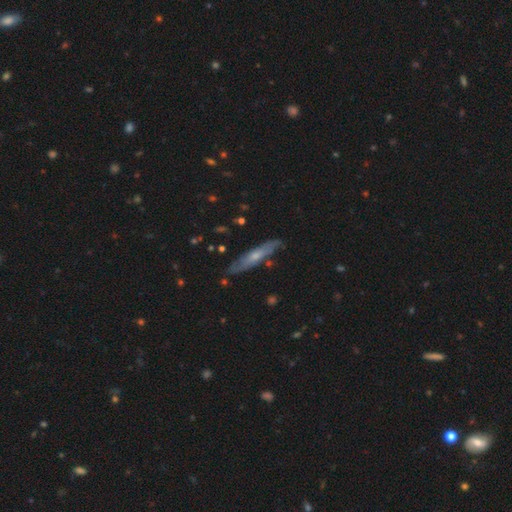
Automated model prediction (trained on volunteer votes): A featured or disk galaxy (55%) viewed edge-on (64%).

Vote fractions:
- Smooth or featured? featured or disk: 55% / smooth: 39% / star or artifact: 6%
- Edge-on disk? yes: 64% / no: 36%
- Merging? none: 79% / minor disturbance: 16% / major disturbance: 3% / merger: 2%